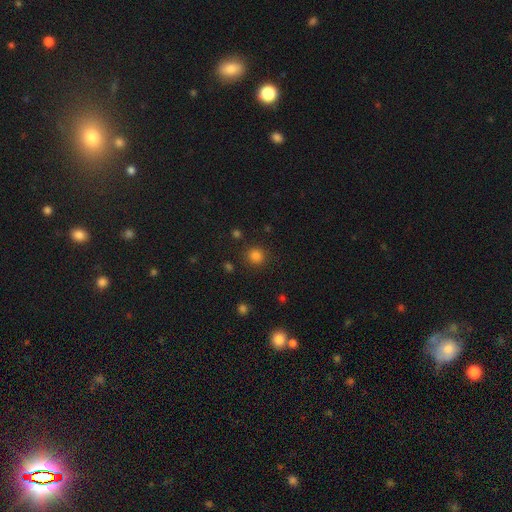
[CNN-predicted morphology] Q: Smooth or featured?
A: smooth (82%); runner-up: star or artifact (14%)
Q: How rounded?
A: round (90%); runner-up: in between (9%)
Q: Merging?
A: none (88%); runner-up: minor disturbance (7%)